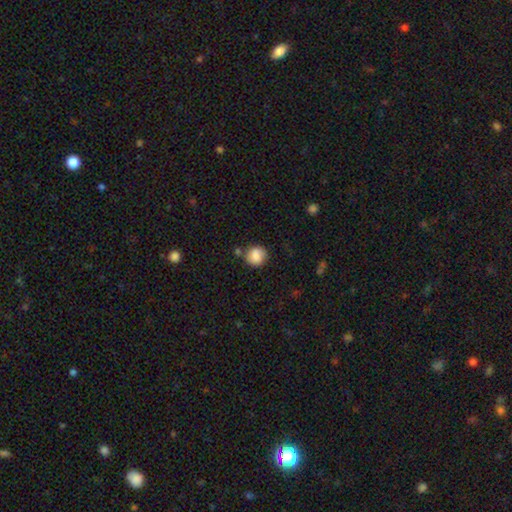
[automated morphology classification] Q: Smooth or featured?
A: smooth (85%); runner-up: star or artifact (8%)
Q: How rounded?
A: round (87%); runner-up: in between (12%)
Q: Merging?
A: none (76%); runner-up: minor disturbance (14%)